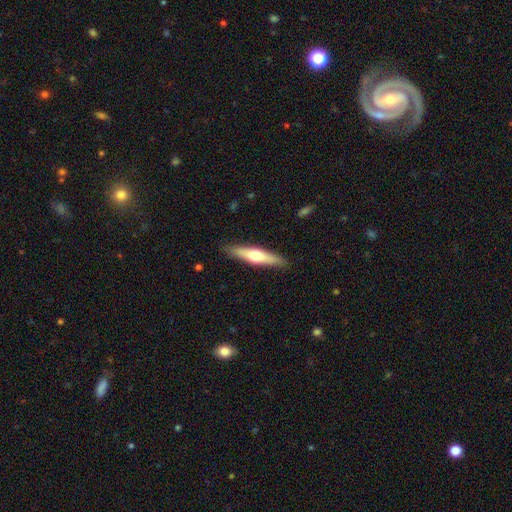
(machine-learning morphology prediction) Smooth or featured? Predicted: smooth (p=0.49). Merging? Predicted: none (p=0.89).